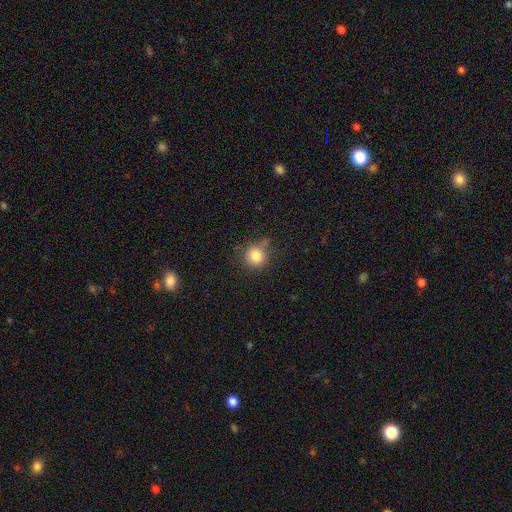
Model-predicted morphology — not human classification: smooth_or_featured: smooth (p=0.82) [alt: star or artifact p=0.11]
how_rounded: round (p=0.87) [alt: in between p=0.12]
merging: none (p=0.67) [alt: minor disturbance p=0.22]